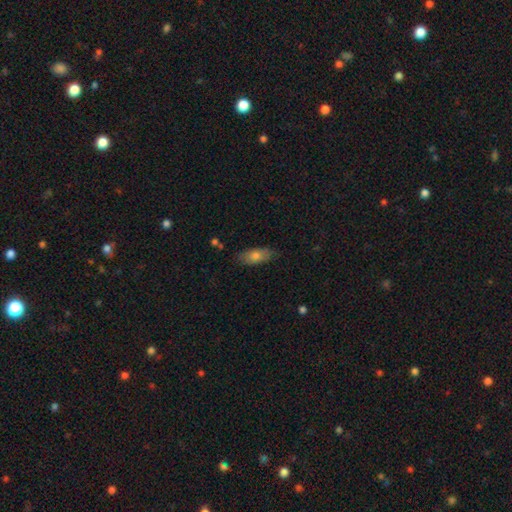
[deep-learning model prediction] Q: Smooth or featured?
A: smooth (72%); runner-up: featured or disk (21%)
Q: How rounded?
A: in between (79%); runner-up: cigar-shaped (18%)
Q: Merging?
A: none (78%); runner-up: minor disturbance (17%)